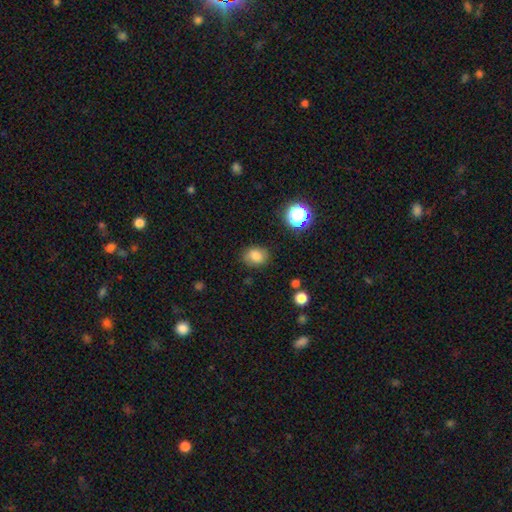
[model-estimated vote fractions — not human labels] Overall: smooth (80%). How rounded: in between (51%; round 48%). Merging: none (81%).